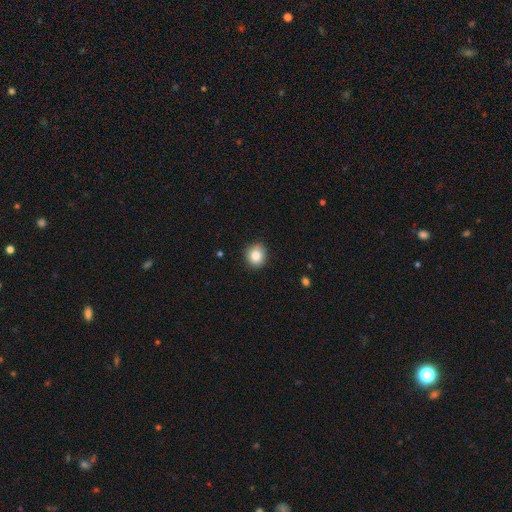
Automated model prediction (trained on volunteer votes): Smooth or featured? Predicted: smooth (p=0.84). How rounded? Predicted: round (p=0.84). Merging? Predicted: none (p=0.86).